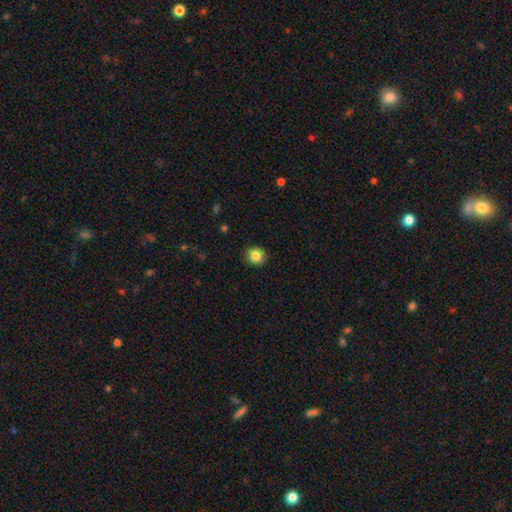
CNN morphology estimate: smooth 85%, star or artifact 10%, featured or disk 6%. Down the decision tree: how rounded — round (87%); merging — none (91%).